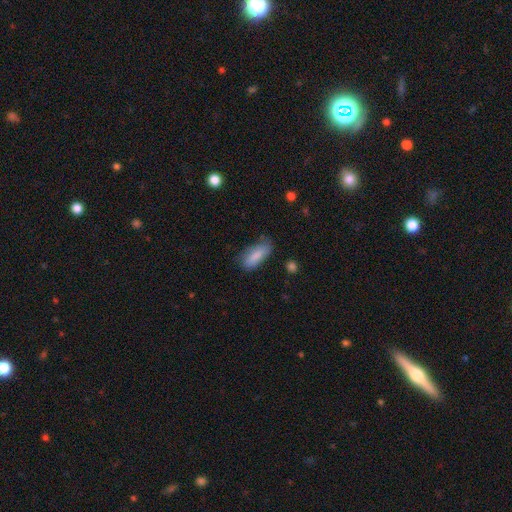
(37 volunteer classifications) Smooth or featured? 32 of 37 (86%) said smooth. How rounded? 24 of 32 (75%) said in between. Merging? 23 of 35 (66%) said none.